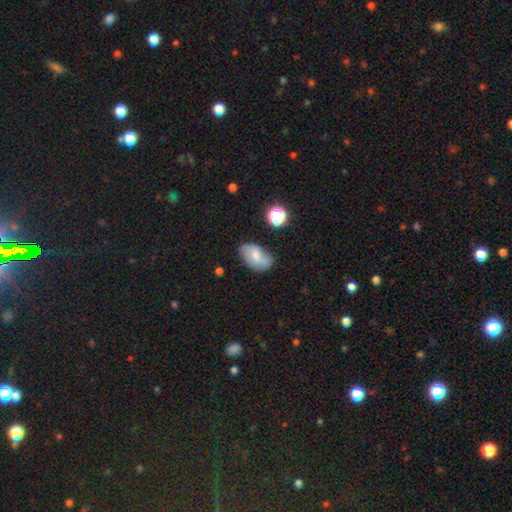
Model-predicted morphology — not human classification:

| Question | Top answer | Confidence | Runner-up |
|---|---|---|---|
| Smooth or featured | smooth | 57% | featured or disk (33%) |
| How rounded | in between | 89% | round (10%) |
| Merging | none | 60% | minor disturbance (27%) |